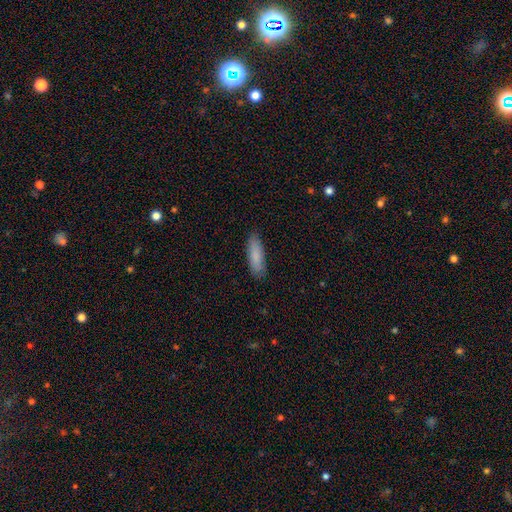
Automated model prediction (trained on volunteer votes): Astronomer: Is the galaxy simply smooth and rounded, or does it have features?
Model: smooth — 86%.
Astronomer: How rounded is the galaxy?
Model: cigar-shaped — 56% (runner-up: in between, 42%).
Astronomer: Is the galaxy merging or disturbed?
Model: none — 84%.